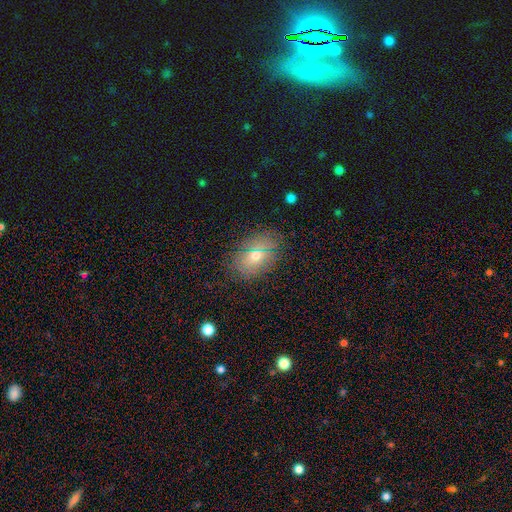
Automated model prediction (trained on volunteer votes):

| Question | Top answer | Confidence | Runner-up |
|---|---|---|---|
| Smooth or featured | smooth | 59% | featured or disk (25%) |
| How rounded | in between | 81% | round (17%) |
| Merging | none | 81% | minor disturbance (13%) |